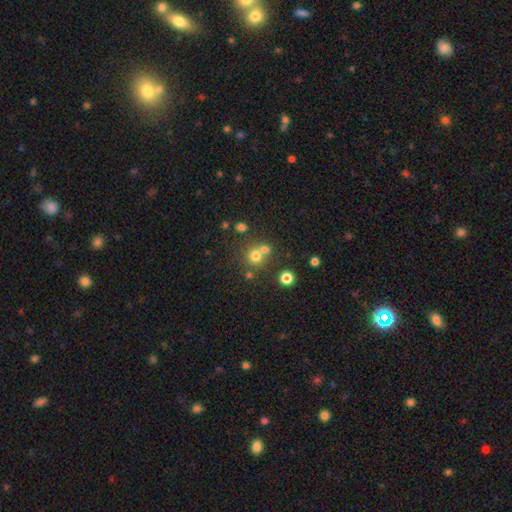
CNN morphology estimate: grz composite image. It shows a smooth galaxy with no disk features (71%) that is round (88%). Merging: none (55%).